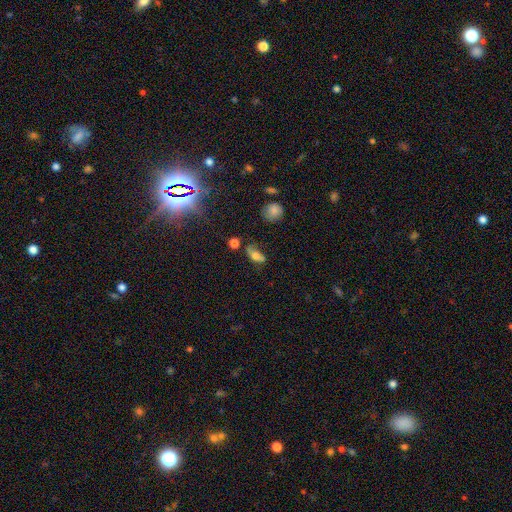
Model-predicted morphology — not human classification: smooth 65%, featured or disk 22%, star or artifact 13%. Down the decision tree: how rounded — in between (81%); merging — none (44%).